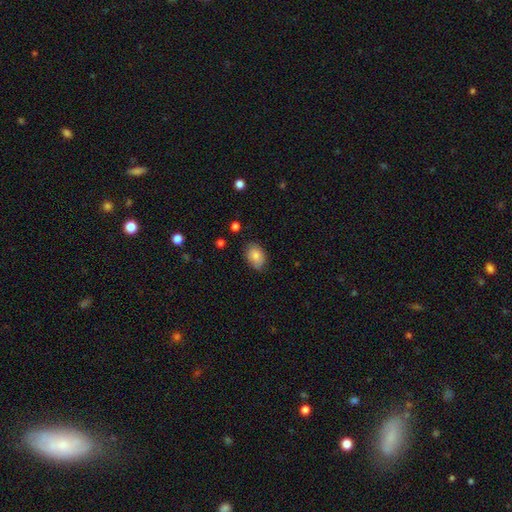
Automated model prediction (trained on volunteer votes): A smooth galaxy with no disk features (83%) that is in between round and cigar-shaped (82%).

Vote fractions:
- Smooth or featured? smooth: 83% / featured or disk: 10% / star or artifact: 8%
- How rounded? in between: 82% / round: 17% / cigar-shaped: 1%
- Merging? none: 78% / minor disturbance: 18% / major disturbance: 3% / merger: 1%